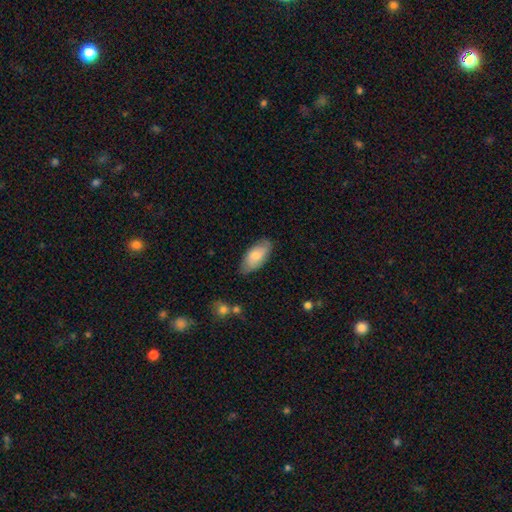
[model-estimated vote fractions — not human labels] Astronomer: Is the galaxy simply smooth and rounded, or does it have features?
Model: smooth — 76%.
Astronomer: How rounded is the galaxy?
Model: in between — 91%.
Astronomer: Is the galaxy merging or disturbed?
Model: none — 78%.